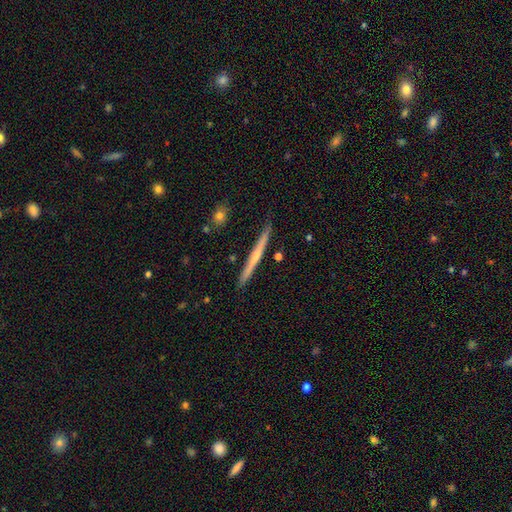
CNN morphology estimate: Smooth or featured? Predicted: featured or disk (p=0.69). Edge-on disk? Predicted: yes (p=0.98). Edge-on bulge? Predicted: rounded (p=0.63). Merging? Predicted: none (p=0.90).